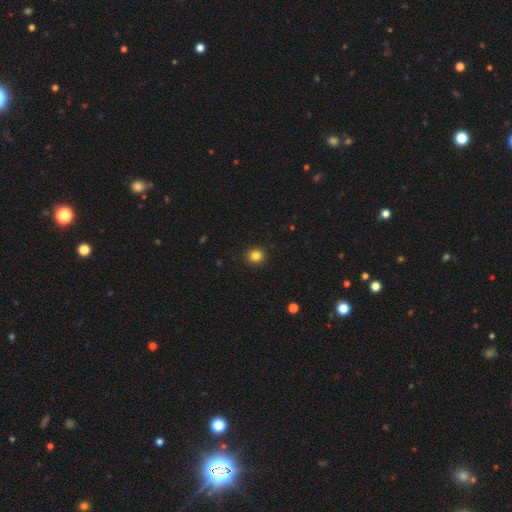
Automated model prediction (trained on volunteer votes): Morphology: type=smooth (84%); roundness=round (92%); merging=none (93%).